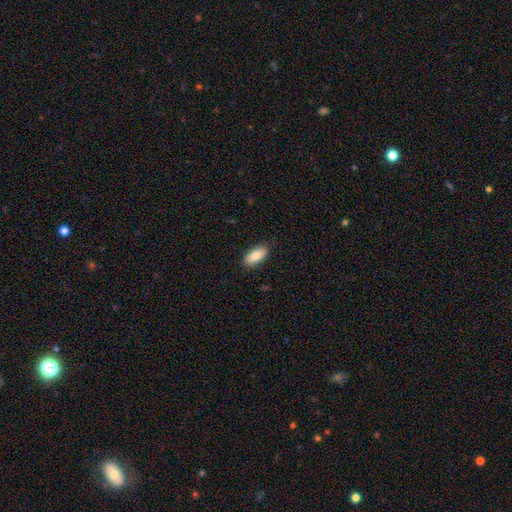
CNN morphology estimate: Smooth or featured? smooth (83%)
How rounded? in between (89%)
Merging? none (86%)